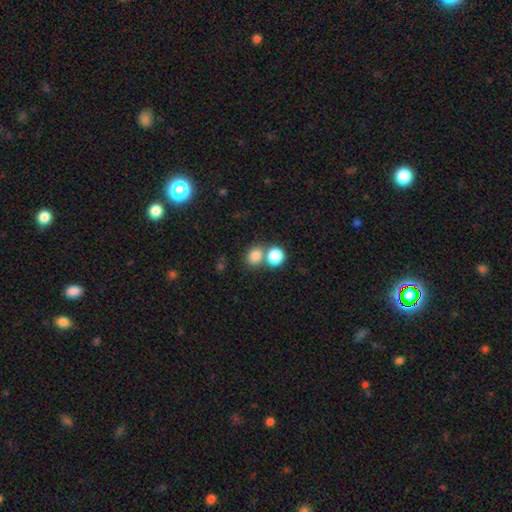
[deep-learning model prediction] A smooth galaxy with no disk features (81%) that is round (69%).

Vote fractions:
- Smooth or featured? smooth: 81% / star or artifact: 12% / featured or disk: 7%
- How rounded? round: 69% / in between: 30% / cigar-shaped: 1%
- Merging? none: 51% / merger: 38% / minor disturbance: 7% / major disturbance: 3%